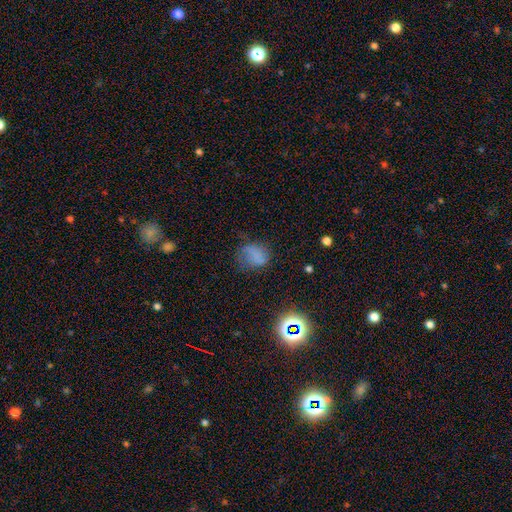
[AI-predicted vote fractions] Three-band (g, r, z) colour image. It shows a smooth galaxy with no disk features (61%) that is round (50%). Merging: none (51%).